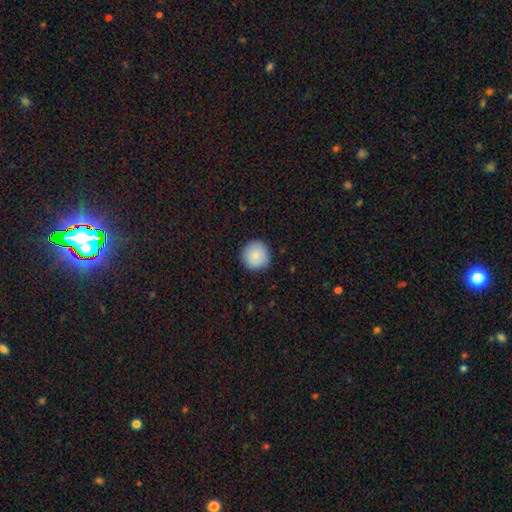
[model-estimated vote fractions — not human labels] This is clearly a smooth galaxy (87%). How rounded: clearly round (95%). Merging: clearly none (90%).